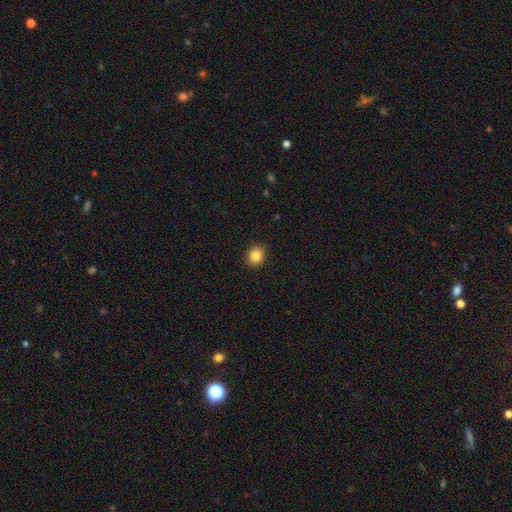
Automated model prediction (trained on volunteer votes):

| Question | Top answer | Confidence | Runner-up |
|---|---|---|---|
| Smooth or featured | smooth | 85% | star or artifact (10%) |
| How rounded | round | 68% | in between (31%) |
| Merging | none | 90% | minor disturbance (7%) |